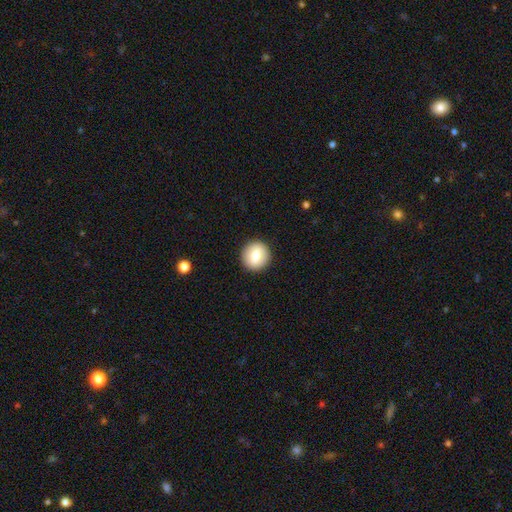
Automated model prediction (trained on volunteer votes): This is likely a smooth galaxy (74%). How rounded: clearly round (91%). Merging: clearly none (92%).